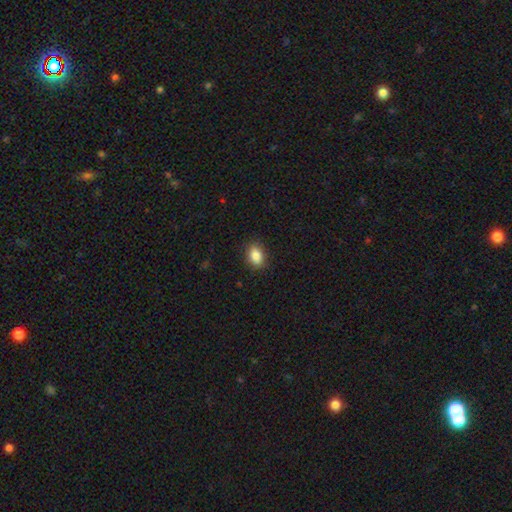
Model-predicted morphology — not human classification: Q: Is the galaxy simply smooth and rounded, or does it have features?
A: smooth — 86%.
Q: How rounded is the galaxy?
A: in between — 79%.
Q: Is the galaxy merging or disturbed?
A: none — 87%.